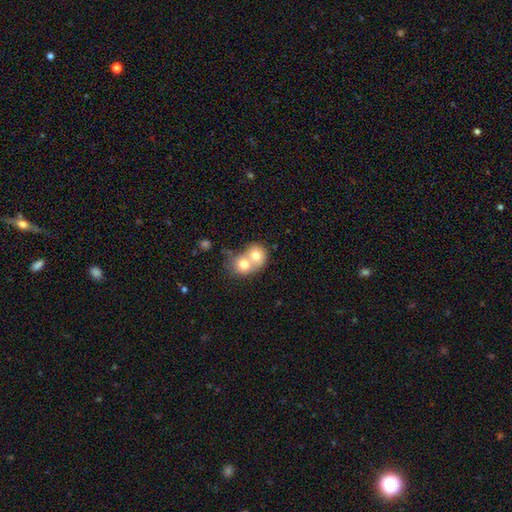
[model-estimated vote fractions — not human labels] Smooth or featured? Predicted: smooth (p=0.70). How rounded? Predicted: round (p=0.69). Merging? Predicted: merger (p=0.75).